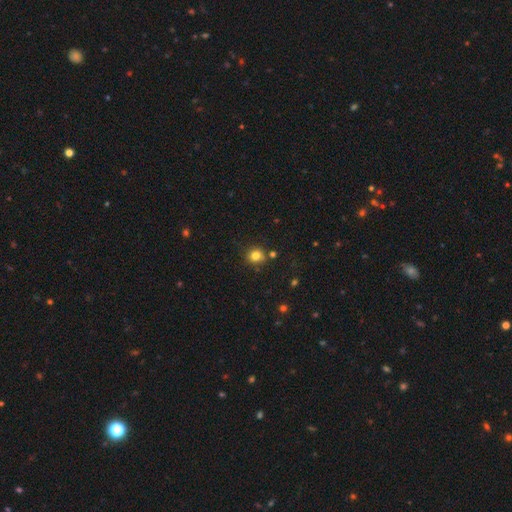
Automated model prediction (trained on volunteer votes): Smooth or featured? smooth (80%)
How rounded? round (88%)
Merging? none (80%)